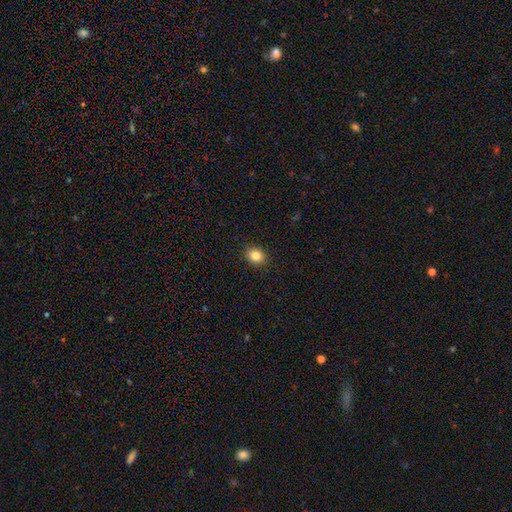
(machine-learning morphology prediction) The model was most divided on "how rounded": round: 59%, in between: 40%, cigar-shaped: 1%. More confident: merging — none (91%); smooth or featured — smooth (84%).